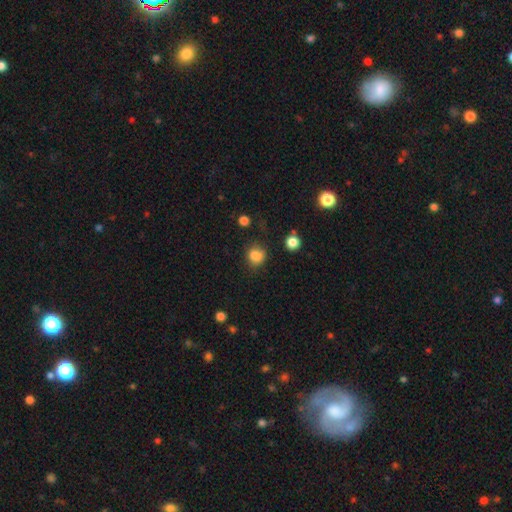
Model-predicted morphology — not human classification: A smooth galaxy with no disk features (81%) that is round (70%).

Vote fractions:
- Smooth or featured? smooth: 81% / star or artifact: 13% / featured or disk: 6%
- How rounded? round: 70% / in between: 29% / cigar-shaped: 1%
- Merging? none: 67% / minor disturbance: 20% / merger: 7% / major disturbance: 7%